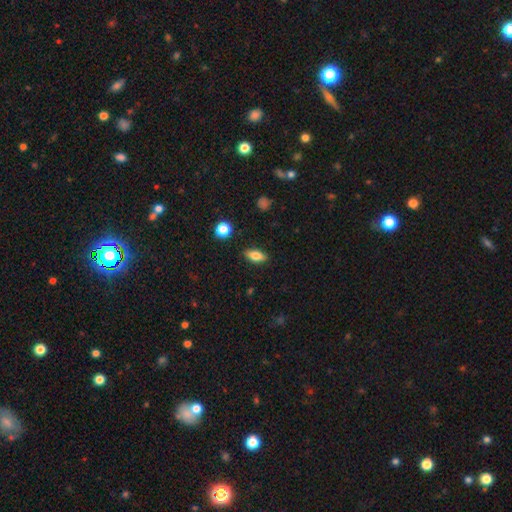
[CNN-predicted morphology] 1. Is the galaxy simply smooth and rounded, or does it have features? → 75% smooth, 17% featured or disk, 9% star or artifact.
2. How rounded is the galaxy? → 79% in between, 16% cigar-shaped, 5% round.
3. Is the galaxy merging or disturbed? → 88% none, 9% minor disturbance, 2% major disturbance, 1% merger.